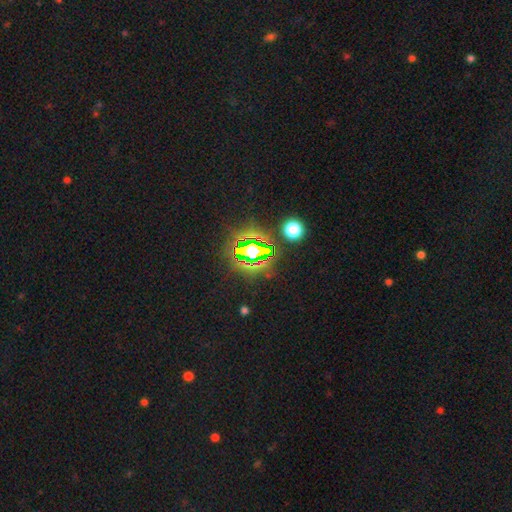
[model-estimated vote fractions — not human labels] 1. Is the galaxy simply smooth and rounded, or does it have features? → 73% star or artifact, 16% smooth, 11% featured or disk.